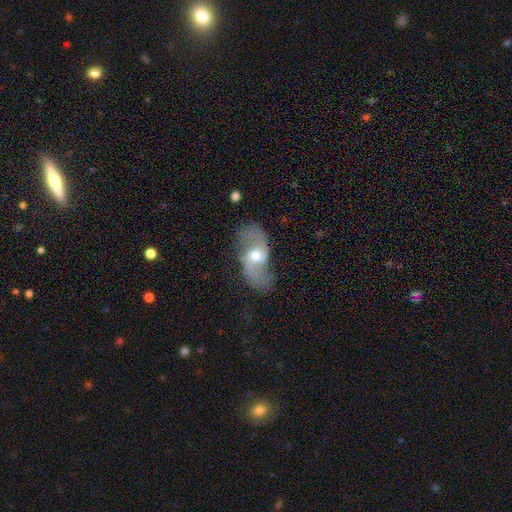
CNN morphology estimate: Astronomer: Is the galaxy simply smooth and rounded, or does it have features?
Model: featured or disk — 77%.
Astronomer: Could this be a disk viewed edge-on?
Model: no — 95%.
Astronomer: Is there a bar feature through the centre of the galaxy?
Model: no — 50% (runner-up: weak, 38%).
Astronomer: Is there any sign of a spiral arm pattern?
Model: yes — 88%.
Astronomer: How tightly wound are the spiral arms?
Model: loose — 69%.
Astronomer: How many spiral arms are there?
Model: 2 — 90%.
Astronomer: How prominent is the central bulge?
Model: moderate — 65%.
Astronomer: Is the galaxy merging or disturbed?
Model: none — 64%.